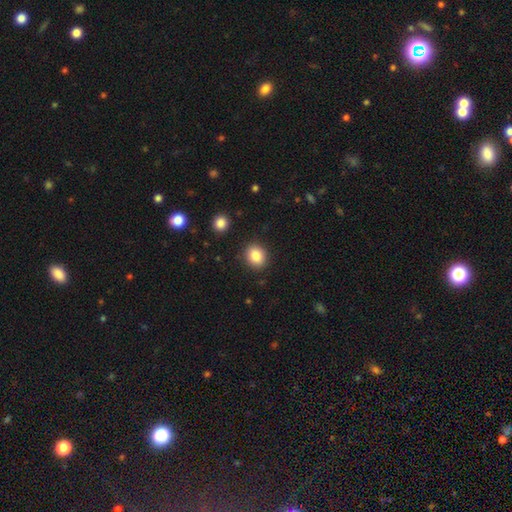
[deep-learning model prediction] Smooth or featured? Predicted: smooth (p=0.85). How rounded? Predicted: round (p=0.63). Merging? Predicted: none (p=0.88).